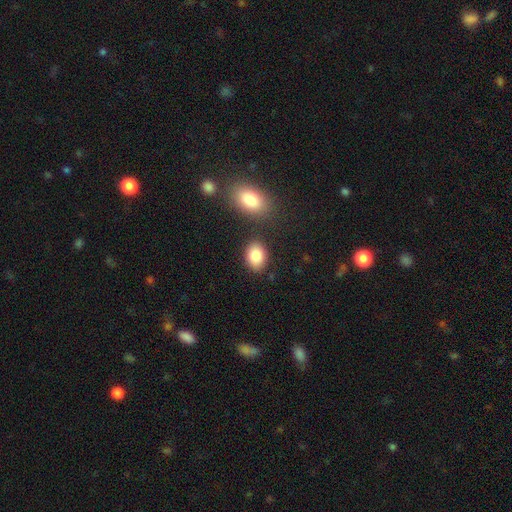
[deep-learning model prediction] smooth 87%, star or artifact 7%, featured or disk 6%. Down the decision tree: how rounded — in between (76%); merging — none (79%).